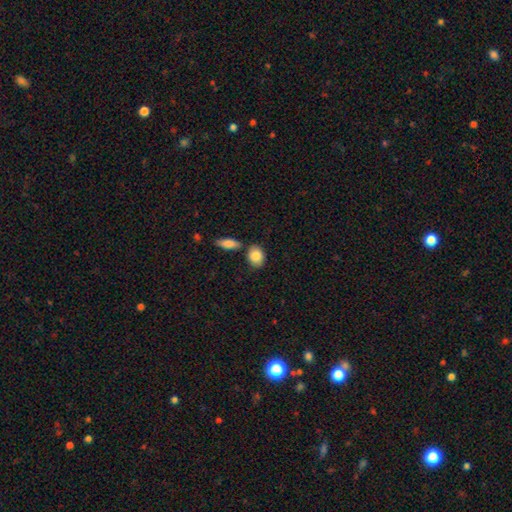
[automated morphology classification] Smooth or featured: smooth — 87% (featured or disk — 7%)
How rounded: in between — 66% (round — 31%)
Merging: none — 71% (minor disturbance — 13%)